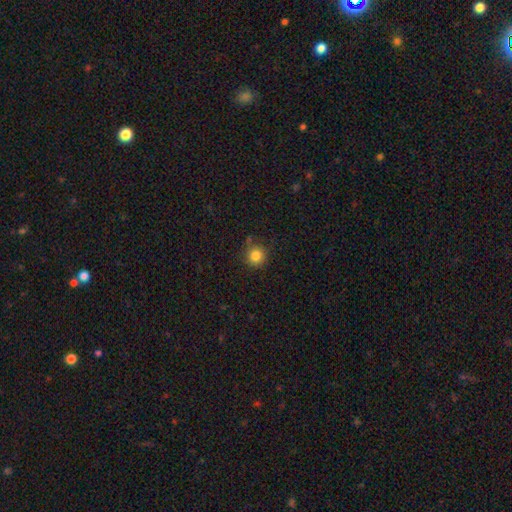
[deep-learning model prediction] A smooth galaxy with no disk features (83%) that is round (93%). Merging: none (81%).